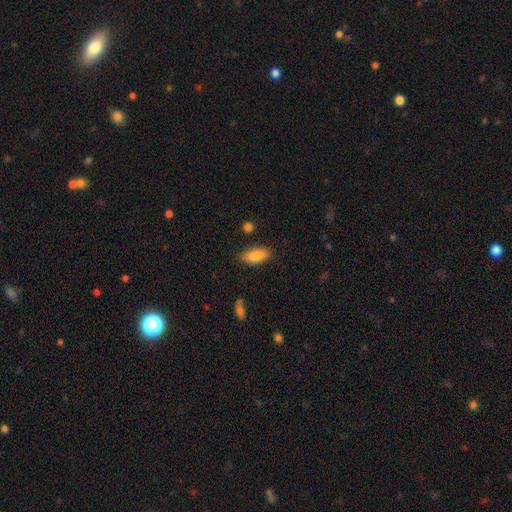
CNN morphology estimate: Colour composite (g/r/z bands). It shows a smooth galaxy with no disk features (88%) that is in between round and cigar-shaped (86%). Merging: none (85%).